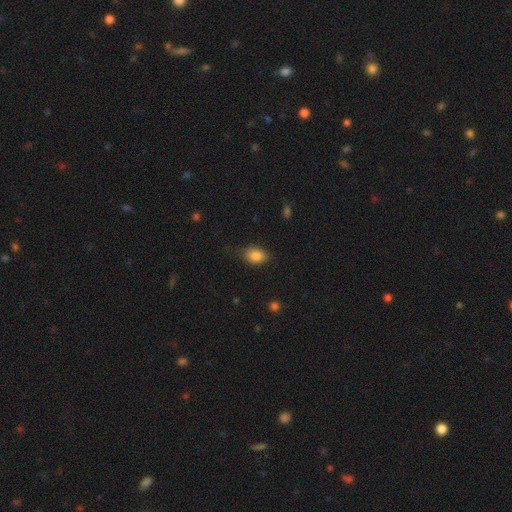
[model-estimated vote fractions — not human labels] Smooth or featured? Predicted: smooth (p=0.85). How rounded? Predicted: in between (p=0.71). Merging? Predicted: none (p=0.72).